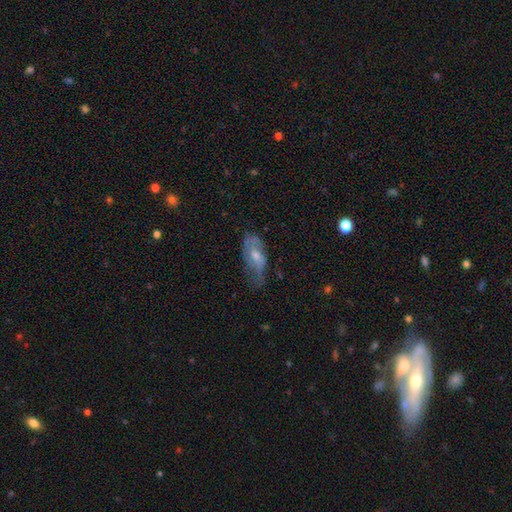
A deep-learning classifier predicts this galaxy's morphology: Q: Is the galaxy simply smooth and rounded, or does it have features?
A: featured or disk — 56%.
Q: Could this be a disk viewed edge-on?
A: no — 86%.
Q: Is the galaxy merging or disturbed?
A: none — 52%.